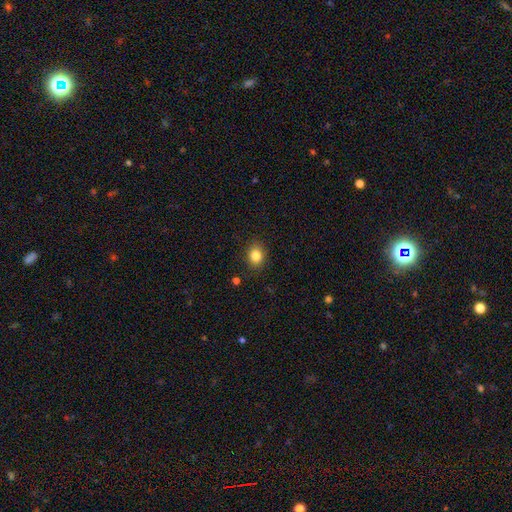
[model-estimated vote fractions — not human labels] This is clearly a smooth galaxy (84%). How rounded: possibly round (56%). Merging: clearly none (87%).